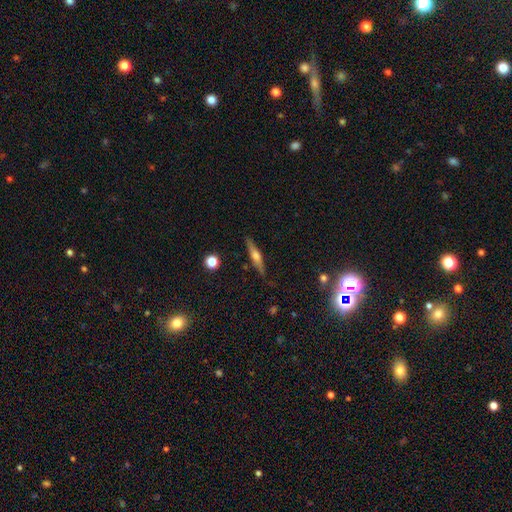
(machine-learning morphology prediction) Q: Smooth or featured?
A: featured or disk (53%); runner-up: smooth (40%)
Q: Edge-on disk?
A: yes (94%); runner-up: no (6%)
Q: Merging?
A: none (83%); runner-up: minor disturbance (12%)